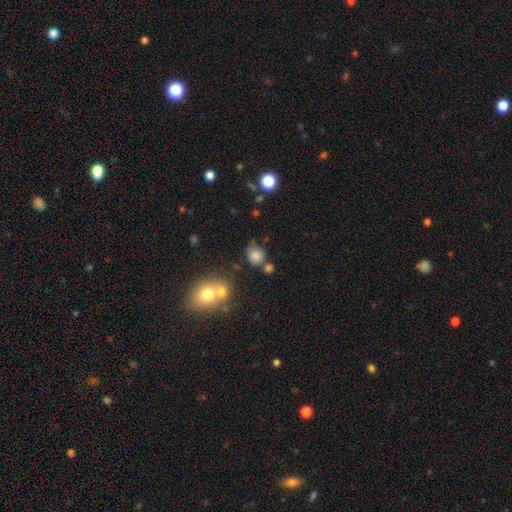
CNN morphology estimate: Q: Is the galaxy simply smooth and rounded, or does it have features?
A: smooth — 81%.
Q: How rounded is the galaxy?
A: round — 68%.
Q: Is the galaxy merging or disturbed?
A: none — 62%.